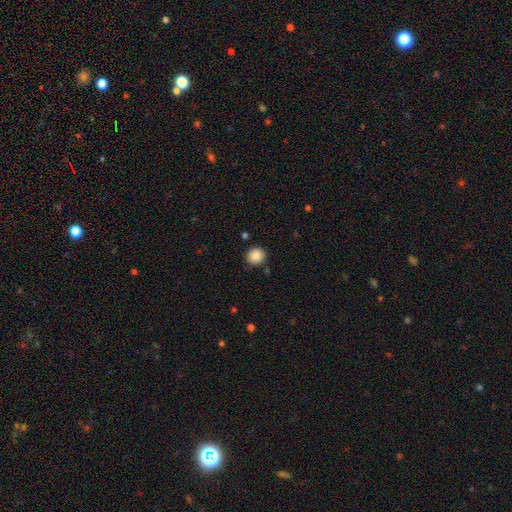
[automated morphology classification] smooth_or_featured: smooth (p=0.88) [alt: star or artifact p=0.09]
how_rounded: round (p=0.90) [alt: in between p=0.09]
merging: none (p=0.88) [alt: minor disturbance p=0.08]